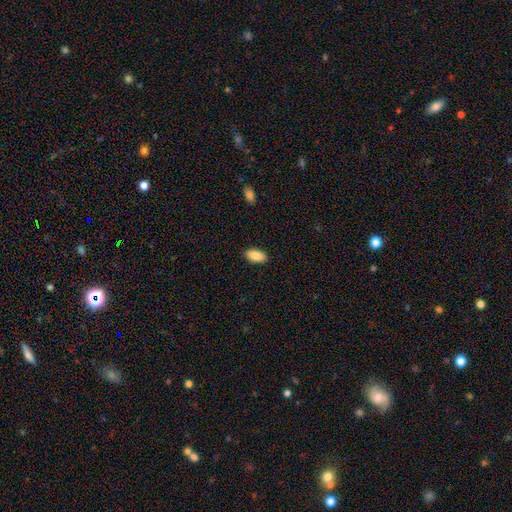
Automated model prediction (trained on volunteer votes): Overall: smooth (87%). How rounded: in between (93%). Merging: none (88%).